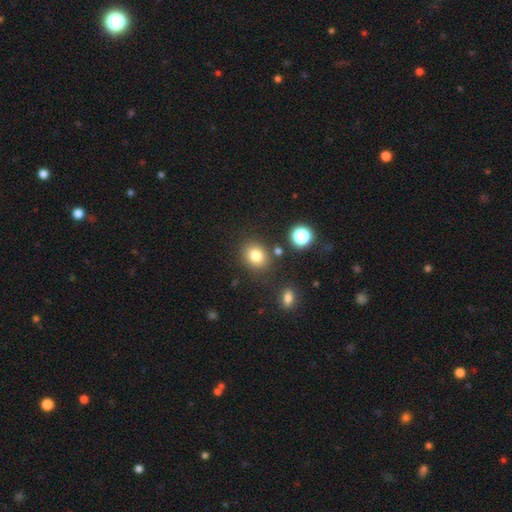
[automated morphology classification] type=smooth (80%); roundness=round (66%); merging=none (81%).